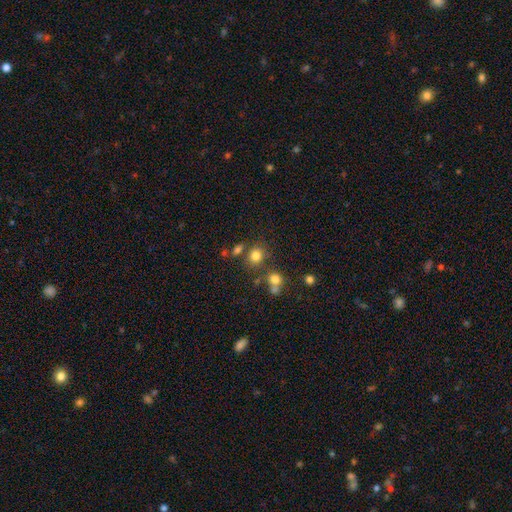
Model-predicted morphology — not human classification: Smooth or featured: smooth — 78% (star or artifact — 14%)
How rounded: round — 71% (in between — 28%)
Merging: none — 68% (merger — 15%)